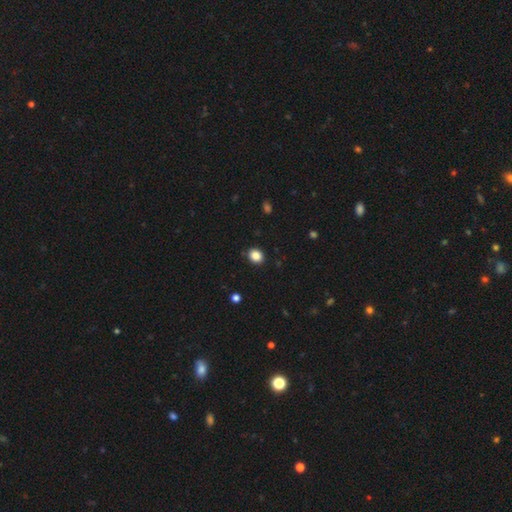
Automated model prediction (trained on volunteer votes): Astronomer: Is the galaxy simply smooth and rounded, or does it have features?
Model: smooth — 86%.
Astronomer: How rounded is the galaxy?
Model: round — 63%.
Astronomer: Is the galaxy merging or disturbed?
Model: none — 88%.